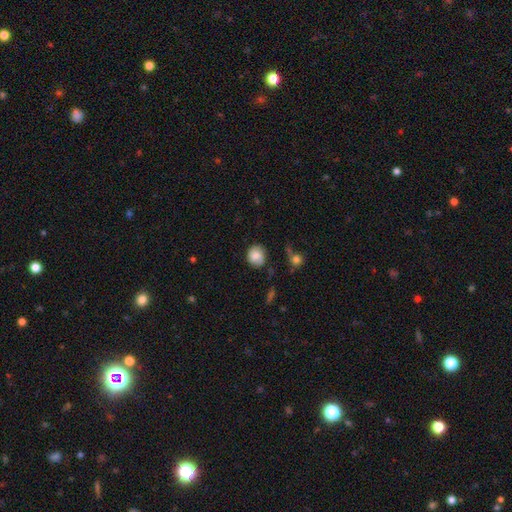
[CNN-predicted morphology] Smooth or featured?
  - smooth: 78% *
  - featured or disk: 14%
  - star or artifact: 8%
How rounded?
  - round: 76% *
  - in between: 23%
  - cigar-shaped: 1%
Merging?
  - none: 69% *
  - minor disturbance: 22%
  - major disturbance: 6%
  - merger: 3%